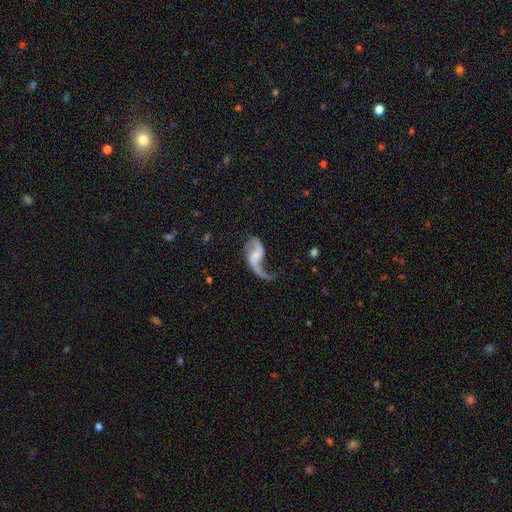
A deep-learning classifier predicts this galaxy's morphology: A featured or disk galaxy (82%) with no bar (49%), 2 (69%) loose (83%) spiral arms (91%) and a small central bulge (44%).

Vote fractions:
- Smooth or featured? featured or disk: 82% / smooth: 12% / star or artifact: 6%
- Edge-on disk? no: 97% / yes: 3%
- Bar? no: 49% / weak: 39% / strong: 12%
- Spiral arms? yes: 91% / no: 9%
- Spiral winding? loose: 83% / medium: 14% / tight: 3%
- Spiral arm count? 2: 69% / 1: 26% / can't tell: 2% / 3: 1% / 4: 1% / more than 4: 1%
- Bulge size? small: 44% / moderate: 28% / none: 22% / large: 4% / dominant: 2%
- Merging? major disturbance: 45% / none: 32% / minor disturbance: 17% / merger: 6%